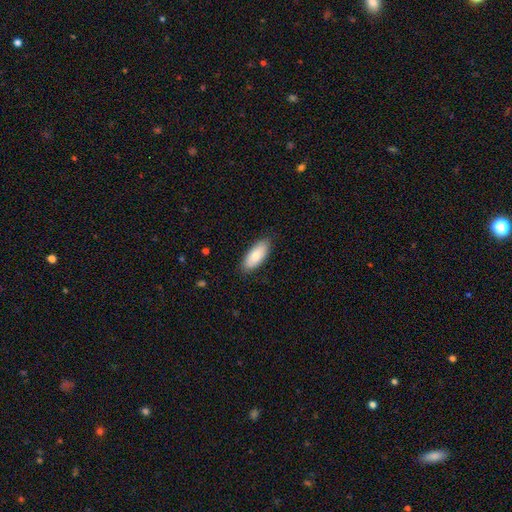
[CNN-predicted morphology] The model was most divided on "smooth or featured": smooth: 81%, featured or disk: 13%, star or artifact: 6%. More confident: merging — none (86%); how rounded — in between (84%).